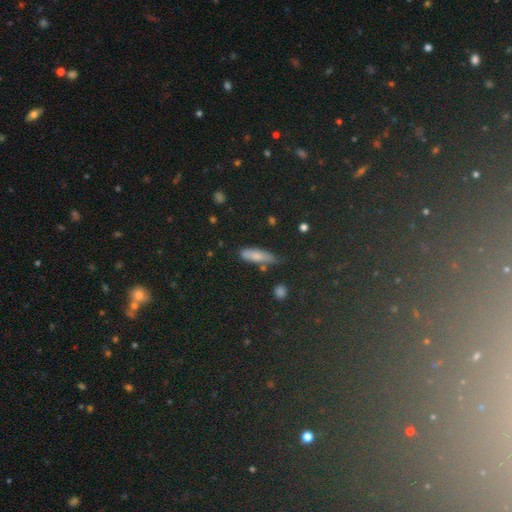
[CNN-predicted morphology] Smooth or featured? Predicted: smooth (p=0.75). How rounded? Predicted: cigar-shaped (p=0.48, tied with in between). Merging? Predicted: none (p=0.57).